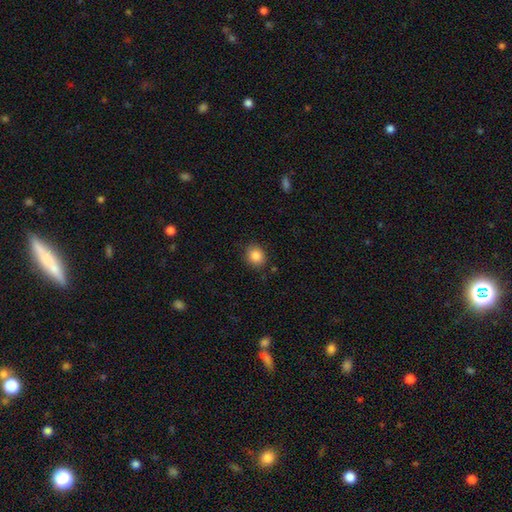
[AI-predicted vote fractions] A smooth galaxy with no disk features (86%) that is round (73%).

Vote fractions:
- Smooth or featured? smooth: 86% / star or artifact: 9% / featured or disk: 4%
- How rounded? round: 73% / in between: 26% / cigar-shaped: 1%
- Merging? none: 86% / minor disturbance: 10% / major disturbance: 3% / merger: 2%